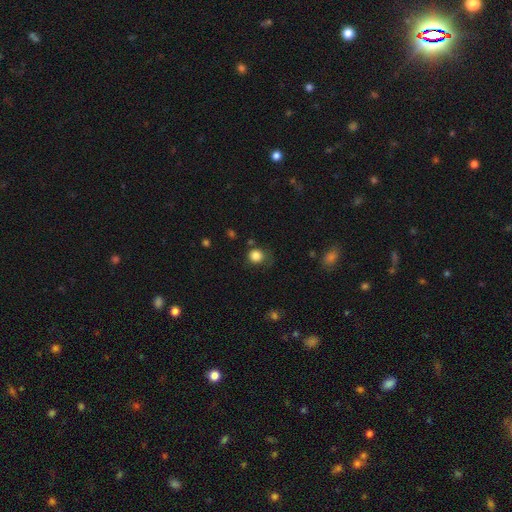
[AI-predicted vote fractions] Smooth or featured? Predicted: smooth (p=0.84). How rounded? Predicted: round (p=0.87). Merging? Predicted: none (p=0.67).